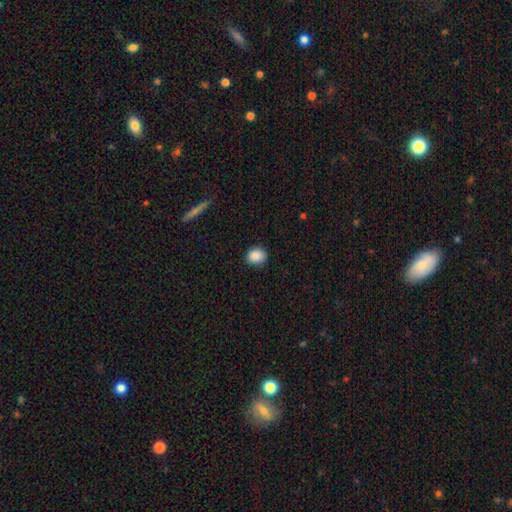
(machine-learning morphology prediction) A smooth galaxy with no disk features (88%) that is round (60%). Merging: none (86%).